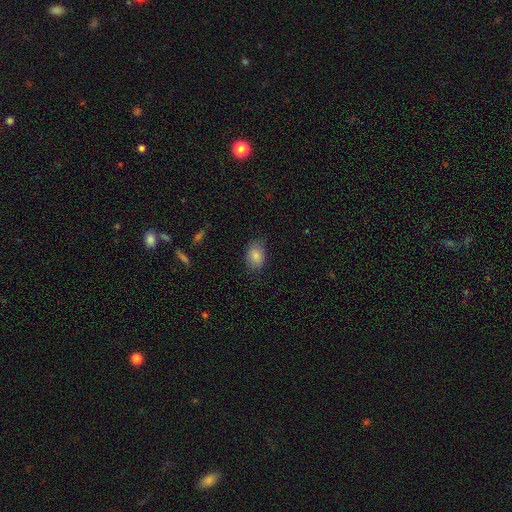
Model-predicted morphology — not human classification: This is clearly a smooth galaxy (84%). How rounded: clearly in between (81%). Merging: likely none (73%).